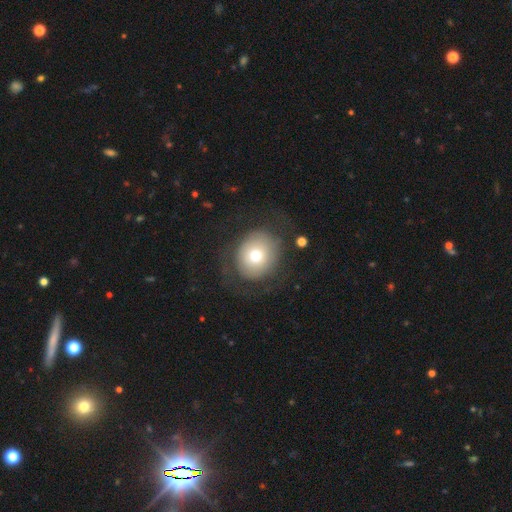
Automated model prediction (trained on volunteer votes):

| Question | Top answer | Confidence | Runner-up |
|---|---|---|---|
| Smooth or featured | smooth | 65% | featured or disk (24%) |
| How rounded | round | 75% | in between (24%) |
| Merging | none | 67% | major disturbance (16%) |